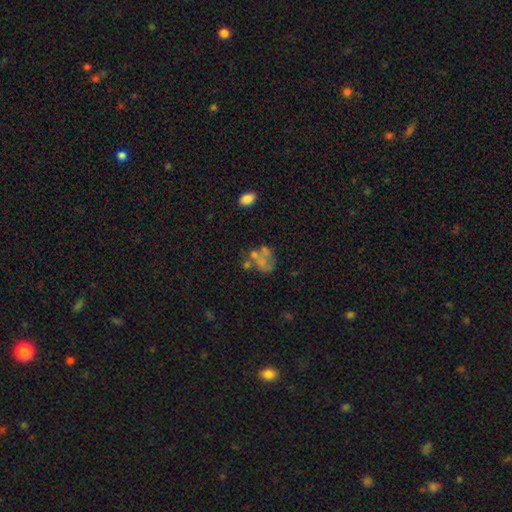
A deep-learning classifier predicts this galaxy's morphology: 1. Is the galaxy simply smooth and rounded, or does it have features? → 42% smooth, 39% featured or disk, 19% star or artifact.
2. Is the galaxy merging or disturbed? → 40% none, 24% merger, 19% major disturbance, 18% minor disturbance.